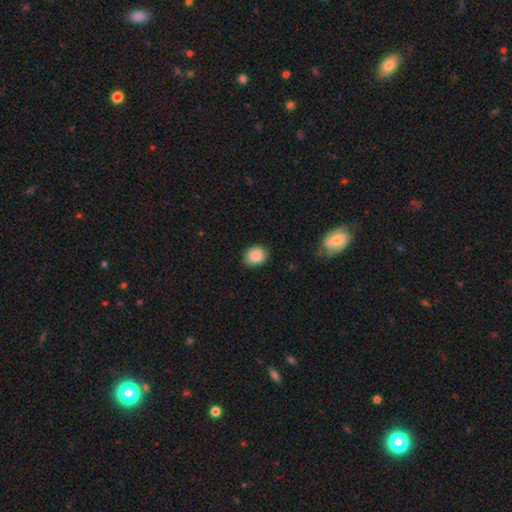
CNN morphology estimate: smooth_or_featured: smooth (p=0.86) [alt: star or artifact p=0.08]
how_rounded: round (p=0.63) [alt: in between p=0.36]
merging: none (p=0.76) [alt: minor disturbance p=0.19]